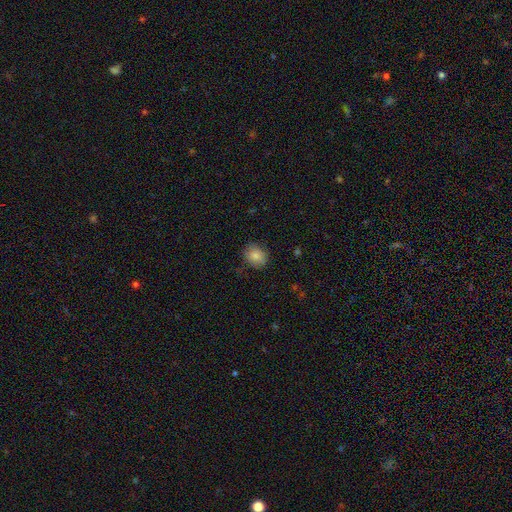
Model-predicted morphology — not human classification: This appears to be a smooth galaxy with no disk features (85%) that is round (63%). Merging: none (82%).